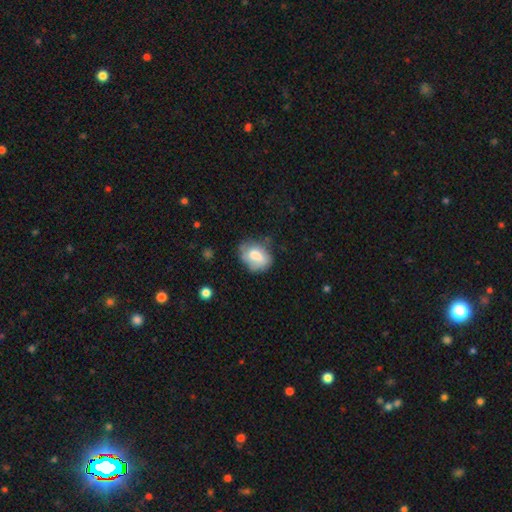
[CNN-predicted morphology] smooth 71%, featured or disk 20%, star or artifact 8%. Down the decision tree: how rounded — in between (68%); merging — none (52%).